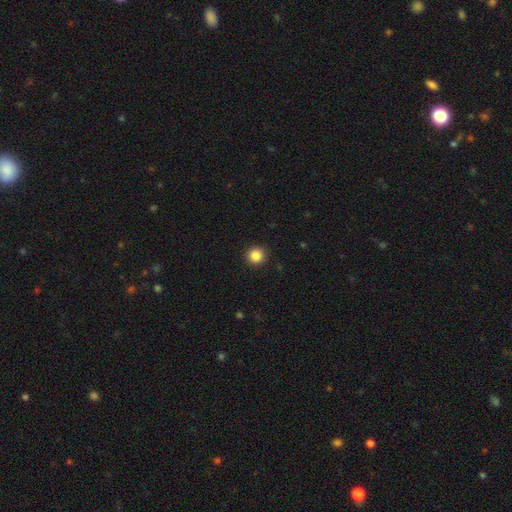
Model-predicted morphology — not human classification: This appears to be a smooth galaxy with no disk features (86%) that is round (95%). Merging: none (92%).